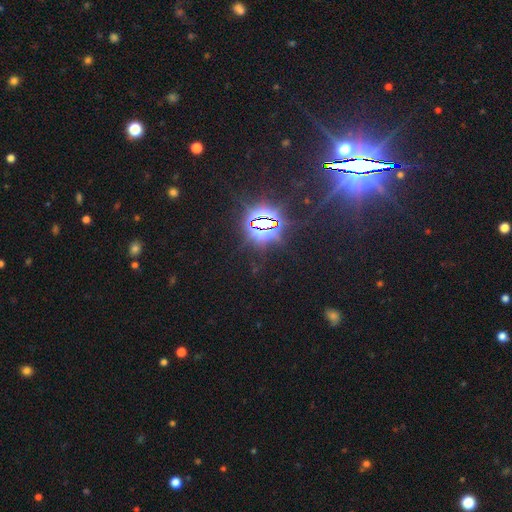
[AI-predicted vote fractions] Smooth or featured? Predicted: star or artifact (p=0.85).